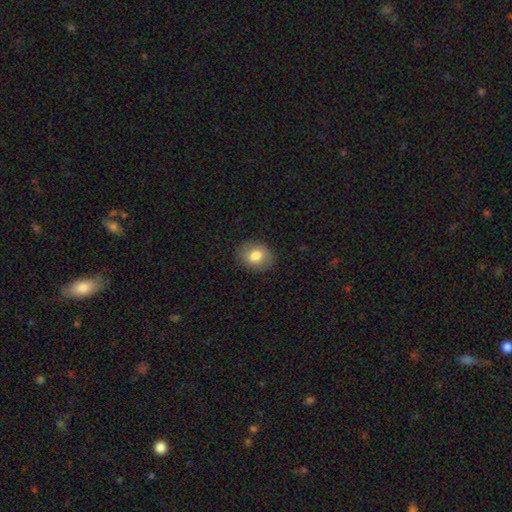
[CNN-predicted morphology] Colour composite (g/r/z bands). It shows a smooth galaxy with no disk features (80%) that is in between round and cigar-shaped (50%). Merging: none (87%).